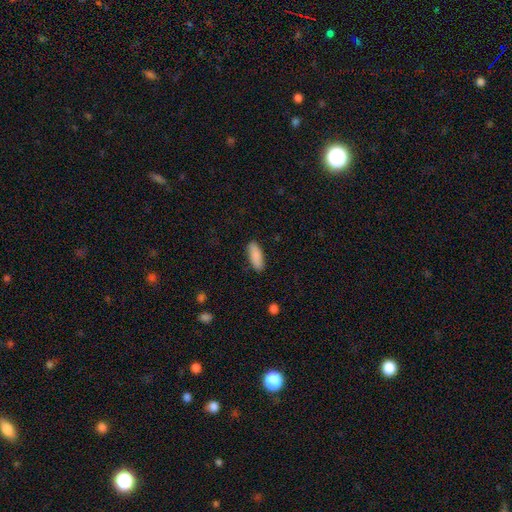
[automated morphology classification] Overall: smooth (89%). How rounded: in between (67%; cigar-shaped 32%). Merging: none (88%).